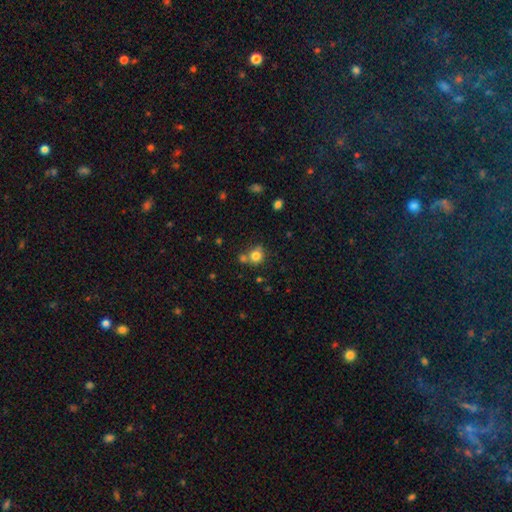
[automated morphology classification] The model was most divided on "merging": none: 60%, merger: 23%, minor disturbance: 12%, major disturbance: 4%. More confident: how rounded — round (84%); smooth or featured — smooth (81%).